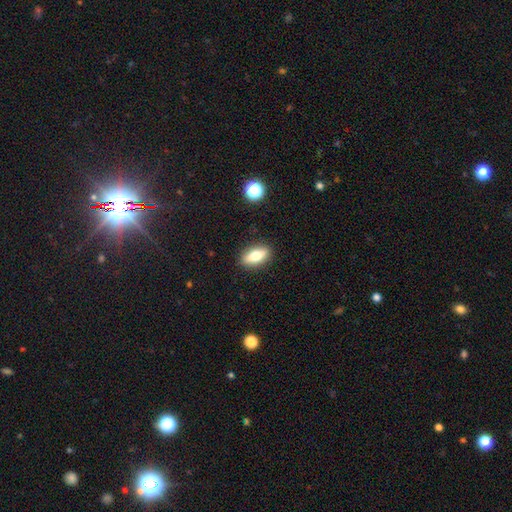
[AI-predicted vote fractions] Smooth or featured? smooth (65%)
How rounded? in between (77%)
Merging? none (89%)